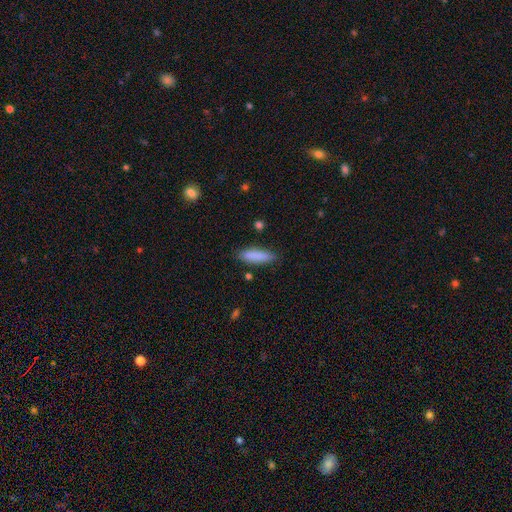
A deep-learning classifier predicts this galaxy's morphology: smooth-or-featured: smooth: 86% | featured or disk: 8% | star or artifact: 6%
  how-rounded: cigar-shaped: 68% | in between: 30% | round: 2%
  merging: none: 84% | minor disturbance: 11% | major disturbance: 2% | merger: 2%